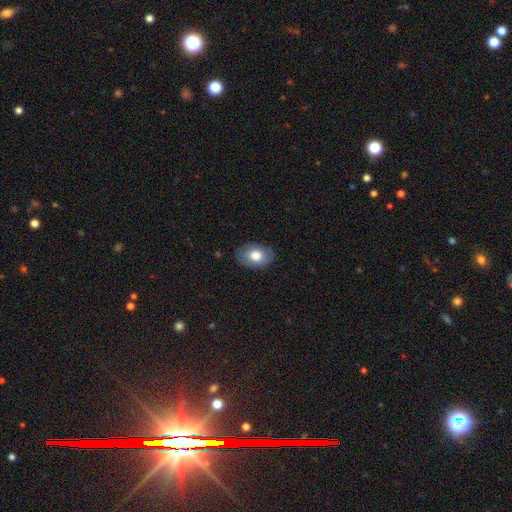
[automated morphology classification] Q: Smooth or featured?
A: smooth (76%); runner-up: featured or disk (17%)
Q: How rounded?
A: in between (84%); runner-up: round (15%)
Q: Merging?
A: none (84%); runner-up: minor disturbance (12%)